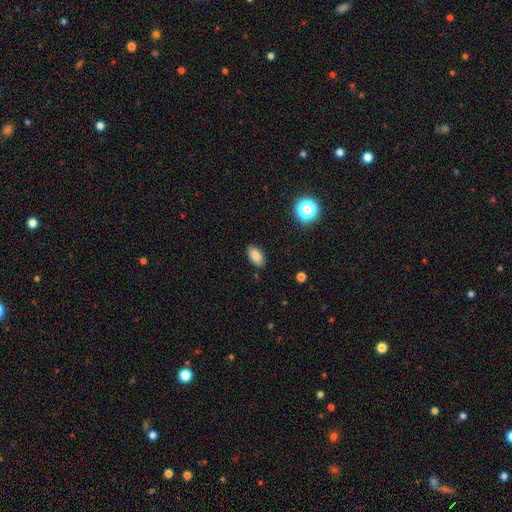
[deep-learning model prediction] The model was most divided on "smooth or featured": smooth: 82%, star or artifact: 10%, featured or disk: 8%. More confident: how rounded — in between (92%); merging — none (87%).